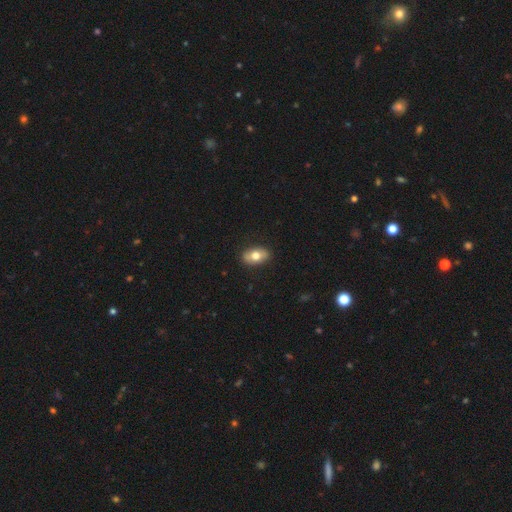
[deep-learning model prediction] The model was most divided on "smooth or featured": smooth: 69%, featured or disk: 24%, star or artifact: 7%. More confident: how rounded — in between (89%); merging — none (87%).